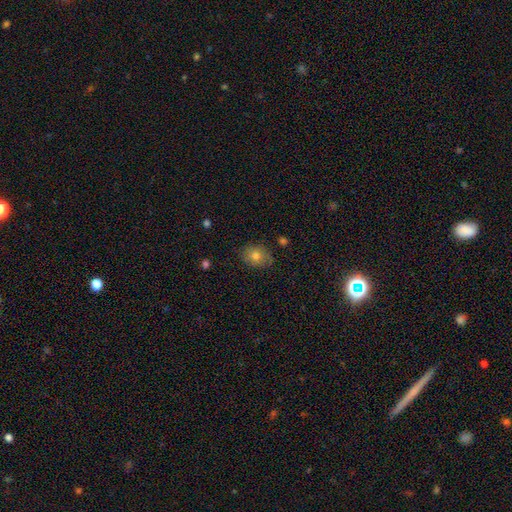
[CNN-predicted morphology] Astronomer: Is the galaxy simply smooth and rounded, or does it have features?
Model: smooth — 75%.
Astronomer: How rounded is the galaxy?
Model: in between — 51% (runner-up: round, 48%).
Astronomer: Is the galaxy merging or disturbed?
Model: none — 81%.